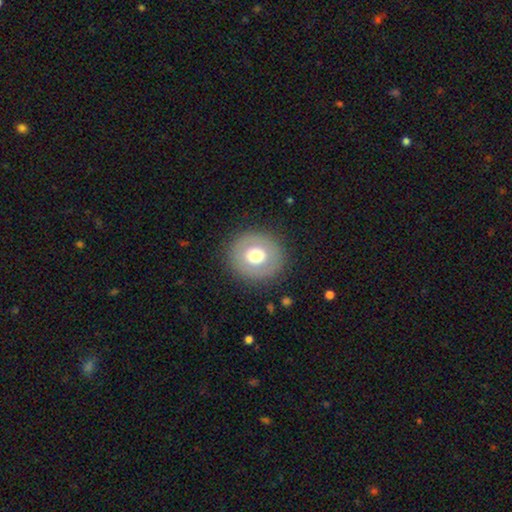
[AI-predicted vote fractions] Morphology: type=smooth (62%); roundness=round (90%); merging=none (87%).